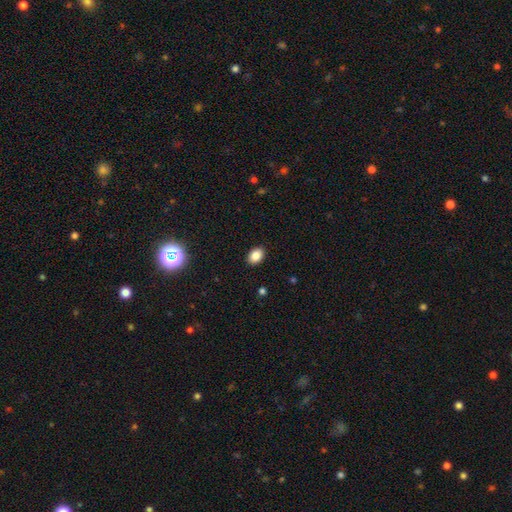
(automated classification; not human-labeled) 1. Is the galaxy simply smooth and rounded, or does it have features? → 86% smooth, 9% star or artifact, 4% featured or disk.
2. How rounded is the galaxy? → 80% in between, 19% round, 1% cigar-shaped.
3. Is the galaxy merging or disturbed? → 90% none, 7% minor disturbance, 2% major disturbance, 1% merger.